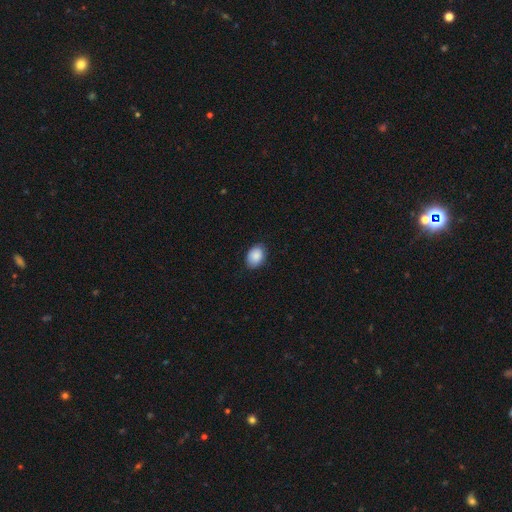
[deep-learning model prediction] Smooth or featured?
  - smooth: 88% *
  - star or artifact: 7%
  - featured or disk: 5%
How rounded?
  - in between: 80% *
  - round: 19%
  - cigar-shaped: 1%
Merging?
  - none: 83% *
  - minor disturbance: 14%
  - major disturbance: 2%
  - merger: 1%